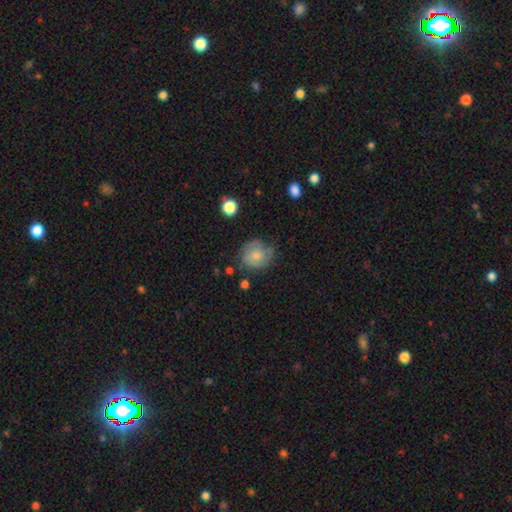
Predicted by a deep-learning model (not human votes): Smooth or featured? smooth (60%)
How rounded? round (81%)
Merging? none (61%)